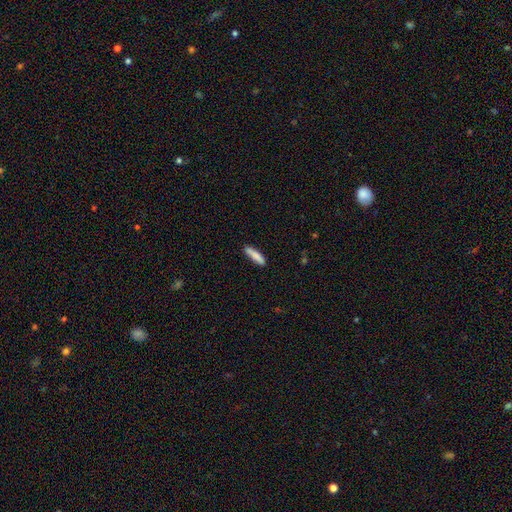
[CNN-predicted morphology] smooth_or_featured: smooth (p=0.84) [alt: featured or disk p=0.10]
how_rounded: cigar-shaped (p=0.82) [alt: in between p=0.17]
merging: none (p=0.84) [alt: minor disturbance p=0.12]